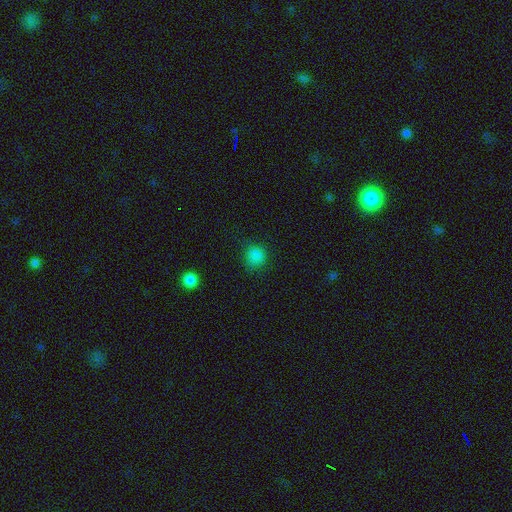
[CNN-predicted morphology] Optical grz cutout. It shows a smooth galaxy with no disk features (82%) that is round (87%). Merging: none (81%).